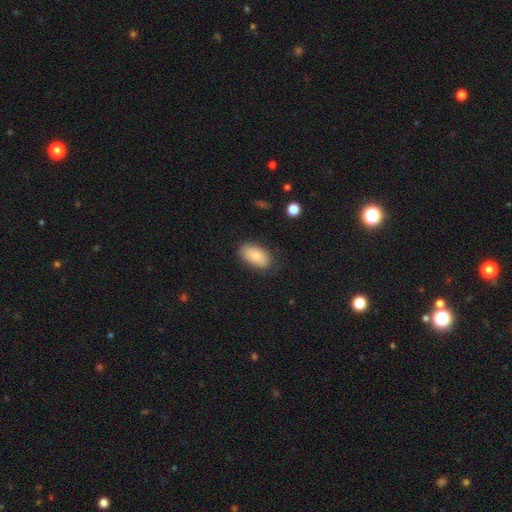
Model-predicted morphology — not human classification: This is clearly a smooth galaxy (82%). How rounded: clearly in between (93%). Merging: likely none (77%).